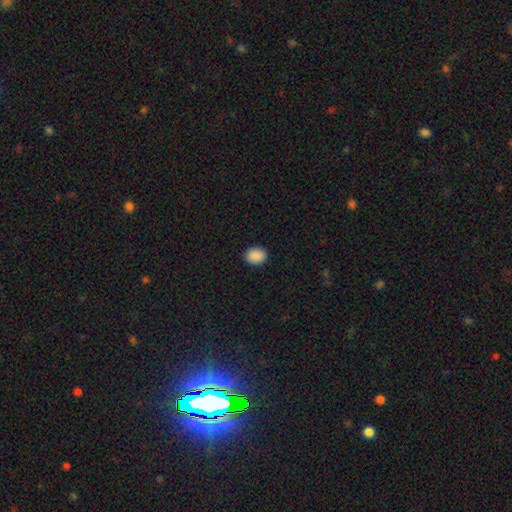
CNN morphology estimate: type=smooth (90%); roundness=in between (53%); merging=none (90%).